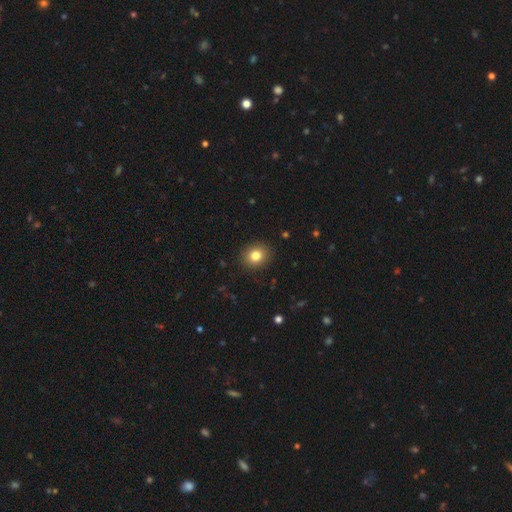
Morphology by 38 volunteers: smooth_or_featured: smooth (p=0.82) [alt: star or artifact p=0.11]
how_rounded: round (p=0.81) [alt: in between p=0.19]
merging: none (p=0.88) [alt: minor disturbance p=0.09]